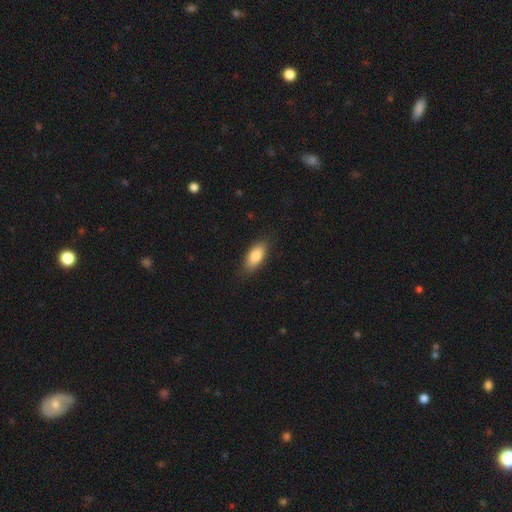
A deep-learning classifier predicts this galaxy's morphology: This appears to be a smooth galaxy with no disk features (84%) that is in between round and cigar-shaped (86%). Merging: none (82%).